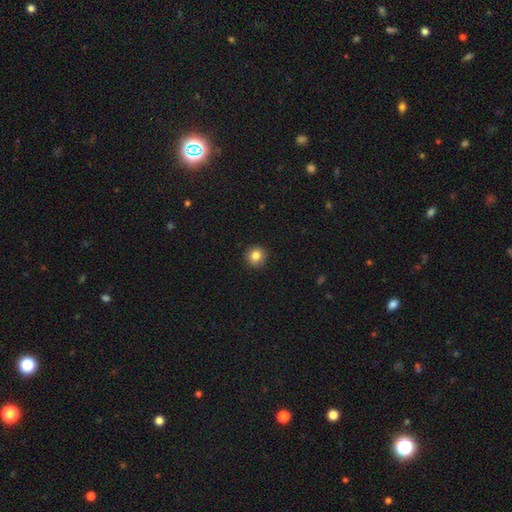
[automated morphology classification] type=smooth (83%); roundness=round (94%); merging=none (93%).